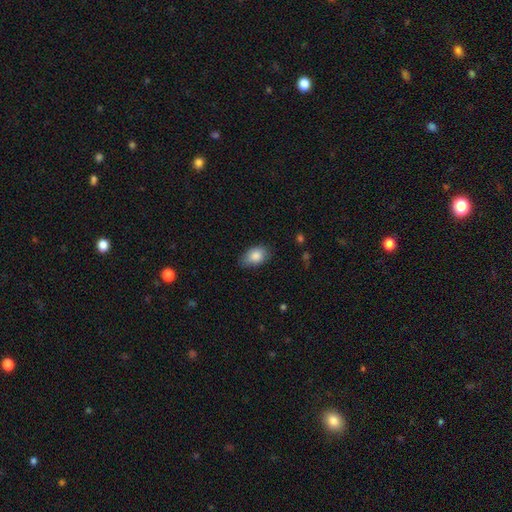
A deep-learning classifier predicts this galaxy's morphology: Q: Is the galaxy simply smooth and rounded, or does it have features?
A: smooth — 86%.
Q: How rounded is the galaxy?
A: in between — 86%.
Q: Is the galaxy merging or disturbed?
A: none — 70%.